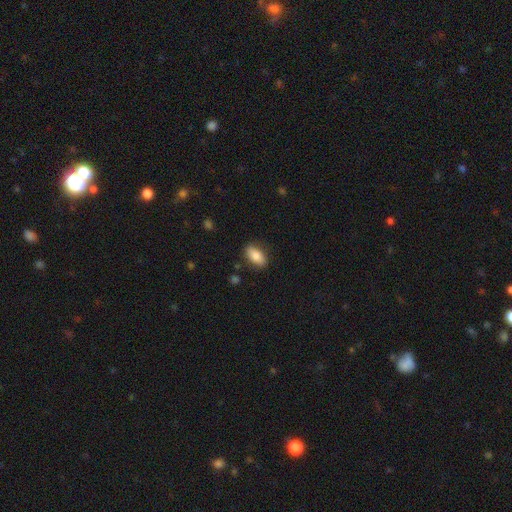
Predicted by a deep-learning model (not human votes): smooth_or_featured: smooth (p=0.84) [alt: featured or disk p=0.09]
how_rounded: in between (p=0.90) [alt: cigar-shaped p=0.06]
merging: none (p=0.84) [alt: minor disturbance p=0.12]